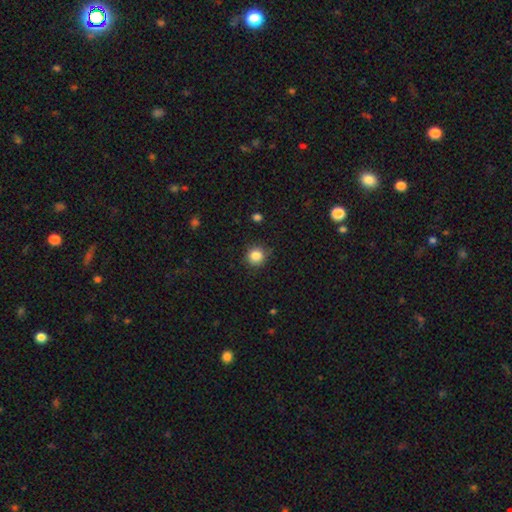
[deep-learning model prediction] A smooth galaxy with no disk features (85%) that is round (89%).

Vote fractions:
- Smooth or featured? smooth: 85% / star or artifact: 11% / featured or disk: 4%
- How rounded? round: 89% / in between: 10% / cigar-shaped: 1%
- Merging? none: 85% / minor disturbance: 11% / major disturbance: 3% / merger: 1%